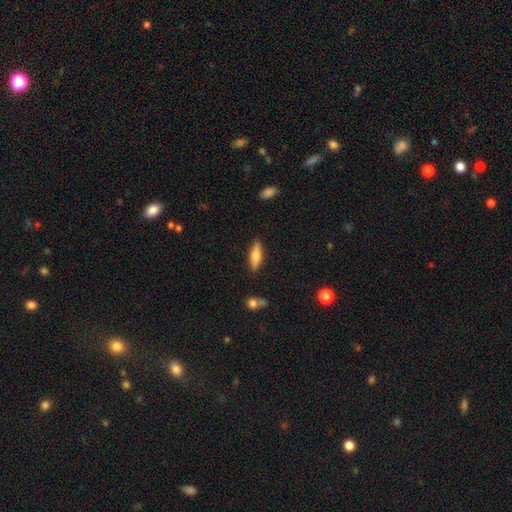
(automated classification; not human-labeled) A smooth galaxy with no disk features (66%) that is cigar-shaped (54%).

Vote fractions:
- Smooth or featured? smooth: 66% / featured or disk: 27% / star or artifact: 6%
- How rounded? cigar-shaped: 54% / in between: 44% / round: 2%
- Merging? none: 86% / minor disturbance: 10% / major disturbance: 2% / merger: 2%